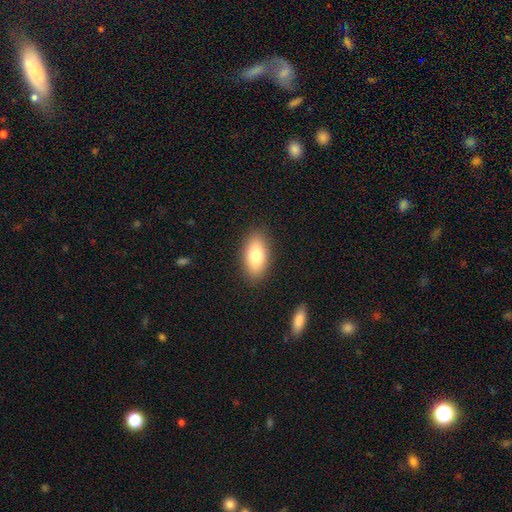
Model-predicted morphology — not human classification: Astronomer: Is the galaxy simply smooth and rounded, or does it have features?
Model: smooth — 77%.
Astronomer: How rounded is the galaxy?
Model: in between — 91%.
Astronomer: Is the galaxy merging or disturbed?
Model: none — 88%.